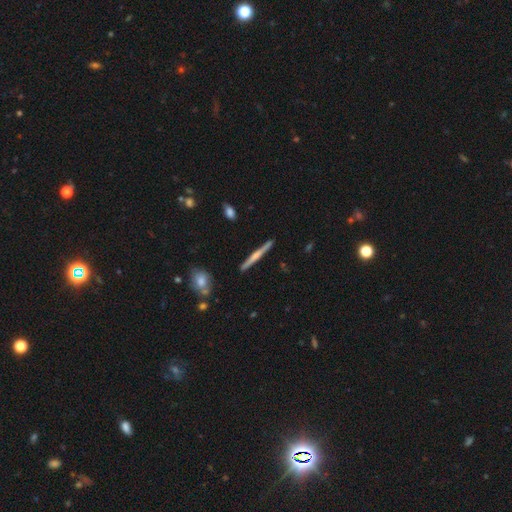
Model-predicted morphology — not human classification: A featured or disk galaxy (59%) viewed edge-on (98%) with a rounded central bulge (60%).

Vote fractions:
- Smooth or featured? featured or disk: 59% / smooth: 36% / star or artifact: 5%
- Edge-on disk? yes: 98% / no: 2%
- Edge-on bulge? rounded: 60% / none: 28% / boxy: 12%
- Merging? none: 90% / minor disturbance: 7% / merger: 2% / major disturbance: 1%